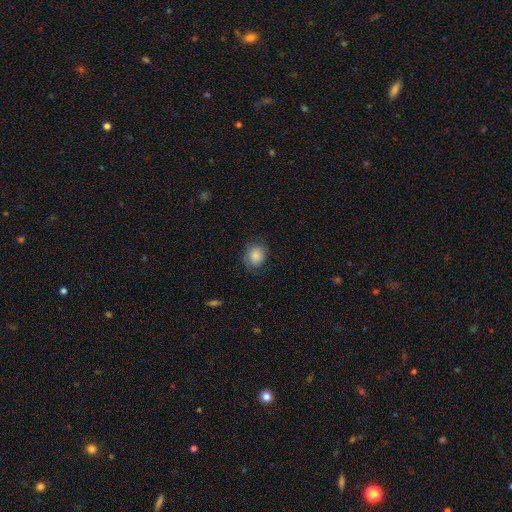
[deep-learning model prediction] smooth_or_featured: smooth (p=0.83) [alt: featured or disk p=0.09]
how_rounded: round (p=0.68) [alt: in between p=0.31]
merging: none (p=0.73) [alt: minor disturbance p=0.20]